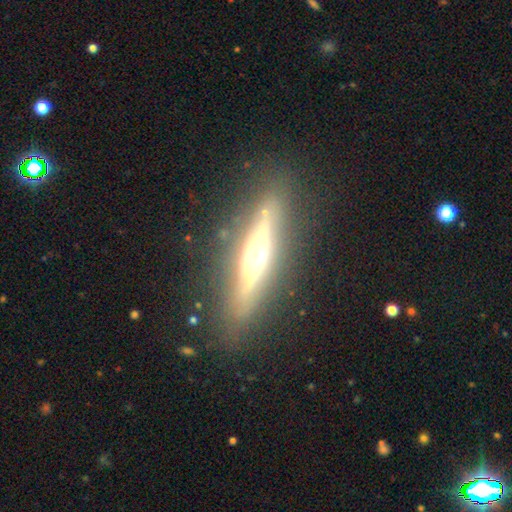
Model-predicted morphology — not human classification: Smooth or featured: featured or disk — 72% (smooth — 22%)
Edge-on disk: yes — 88% (no — 12%)
Edge-on bulge: rounded — 90% (none — 5%)
Merging: none — 83% (minor disturbance — 11%)